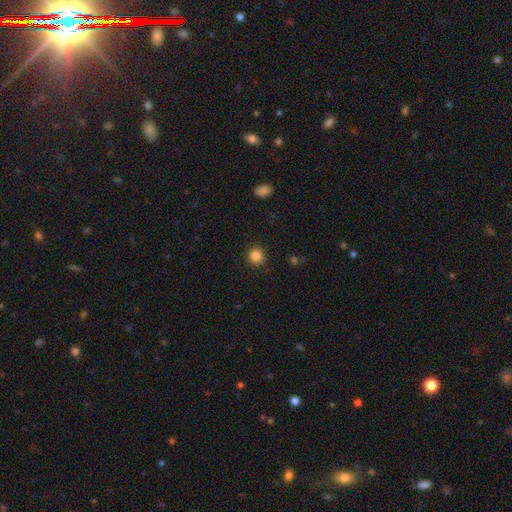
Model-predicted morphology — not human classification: type=smooth (85%); roundness=round (92%); merging=none (90%).